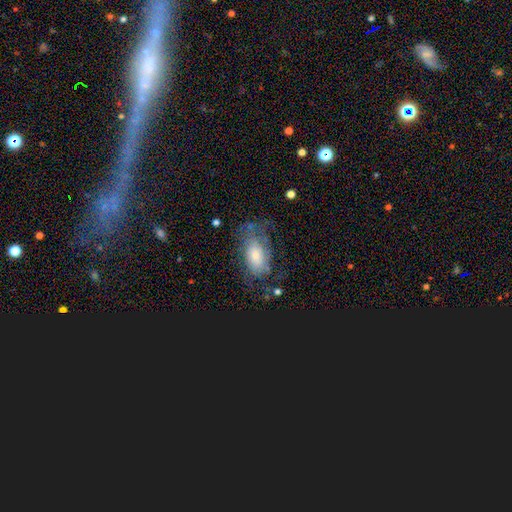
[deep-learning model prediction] This appears to be a featured or disk galaxy (46%). Merging: none (49%).